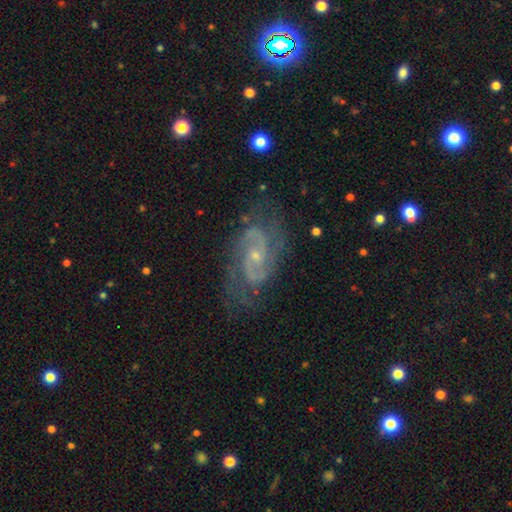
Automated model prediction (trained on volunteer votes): Smooth or featured? Predicted: featured or disk (p=0.89). Edge-on disk? Predicted: no (p=0.97). Bar? Predicted: no (p=0.57). Spiral arms? Predicted: yes (p=0.97). Spiral winding? Predicted: medium (p=0.51). Spiral arm count? Predicted: 2 (p=0.83). Bulge size? Predicted: small (p=0.72). Merging? Predicted: none (p=0.77).